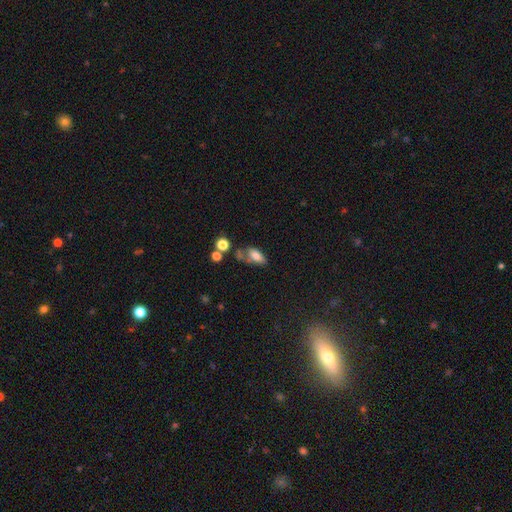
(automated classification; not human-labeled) A smooth galaxy with no disk features (74%) that is in between round and cigar-shaped (86%).

Vote fractions:
- Smooth or featured? smooth: 74% / featured or disk: 16% / star or artifact: 10%
- How rounded? in between: 86% / cigar-shaped: 8% / round: 6%
- Merging? none: 37% / minor disturbance: 26% / merger: 19% / major disturbance: 18%